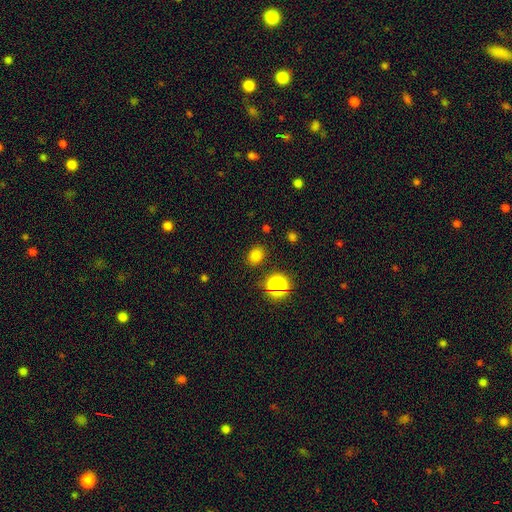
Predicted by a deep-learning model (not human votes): The model was most divided on "how rounded": in between: 53%, round: 46%, cigar-shaped: 1%. More confident: merging — none (84%); smooth or featured — smooth (76%).